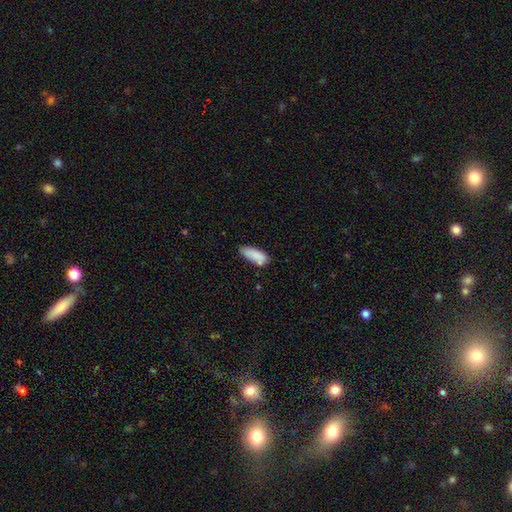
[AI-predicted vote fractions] Smooth or featured? Predicted: smooth (p=0.85). How rounded? Predicted: in between (p=0.73). Merging? Predicted: none (p=0.60).